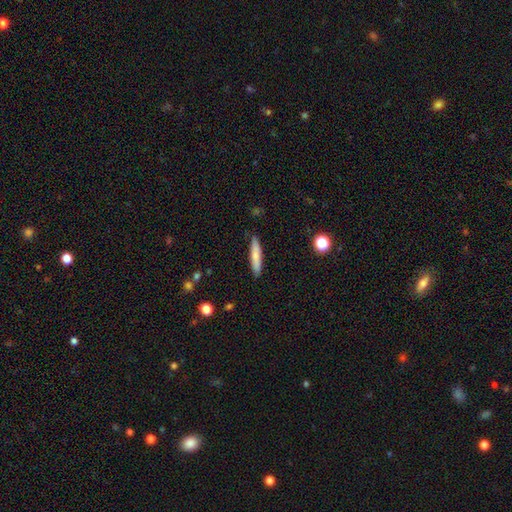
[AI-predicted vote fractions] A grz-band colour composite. It shows a smooth galaxy with no disk features (74%) that is cigar-shaped (88%). Merging: none (88%).